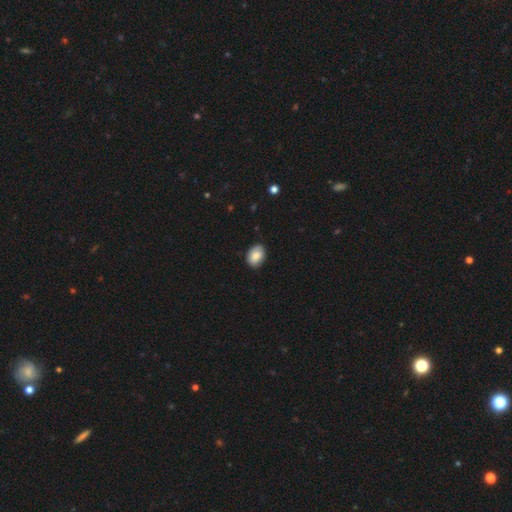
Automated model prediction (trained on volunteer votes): smooth-or-featured: smooth: 82% | featured or disk: 11% | star or artifact: 7%
  how-rounded: in between: 72% | round: 27% | cigar-shaped: 1%
  merging: none: 80% | minor disturbance: 16% | major disturbance: 2% | merger: 1%